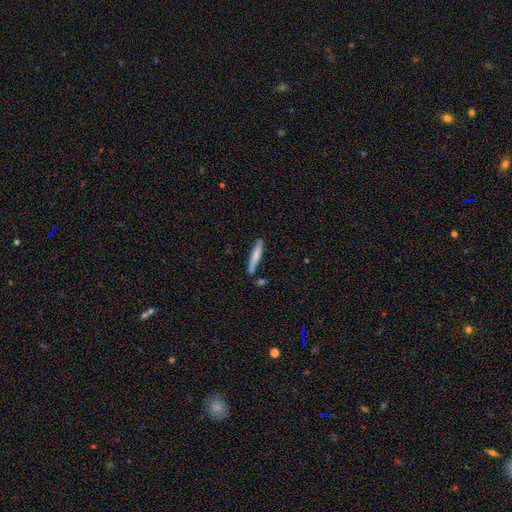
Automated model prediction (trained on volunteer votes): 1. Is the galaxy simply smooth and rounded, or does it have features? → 72% smooth, 22% featured or disk, 6% star or artifact.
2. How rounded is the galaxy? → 89% cigar-shaped, 10% in between, 1% round.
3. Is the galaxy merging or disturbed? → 72% none, 15% minor disturbance, 10% merger, 3% major disturbance.